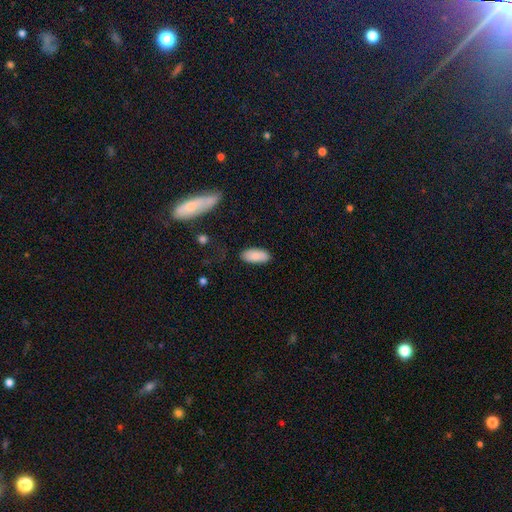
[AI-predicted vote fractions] Q: Smooth or featured?
A: smooth (87%); runner-up: featured or disk (7%)
Q: How rounded?
A: in between (90%); runner-up: cigar-shaped (8%)
Q: Merging?
A: none (84%); runner-up: minor disturbance (11%)